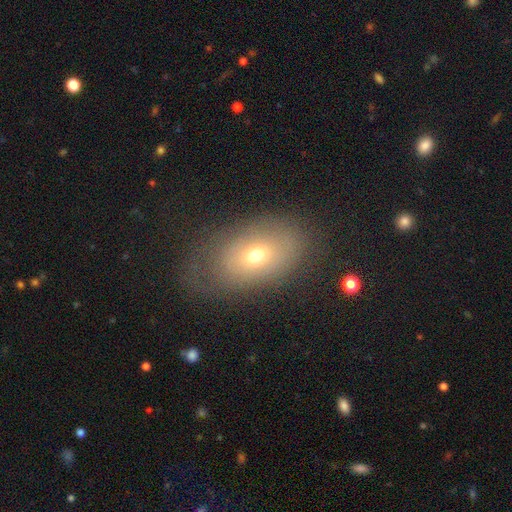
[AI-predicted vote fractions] Q: Smooth or featured?
A: smooth (59%); runner-up: featured or disk (28%)
Q: How rounded?
A: in between (82%); runner-up: round (17%)
Q: Merging?
A: none (65%); runner-up: minor disturbance (20%)